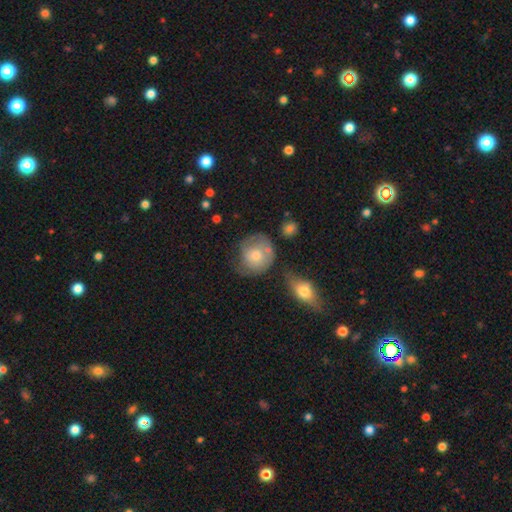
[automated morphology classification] A smooth galaxy with no disk features (57%) that is round (74%). Merging: none (46%).